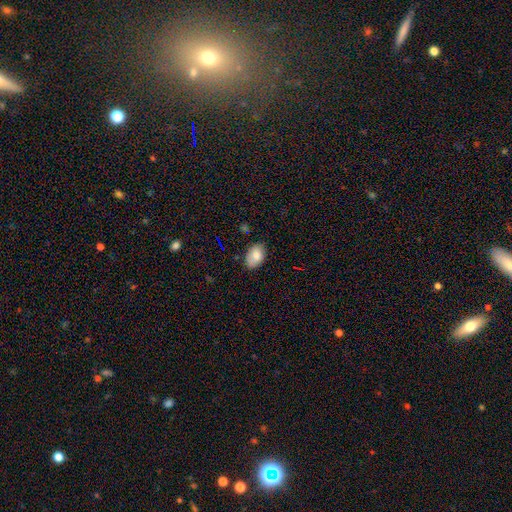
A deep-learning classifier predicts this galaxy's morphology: type=smooth (81%); roundness=in between (89%); merging=none (75%).